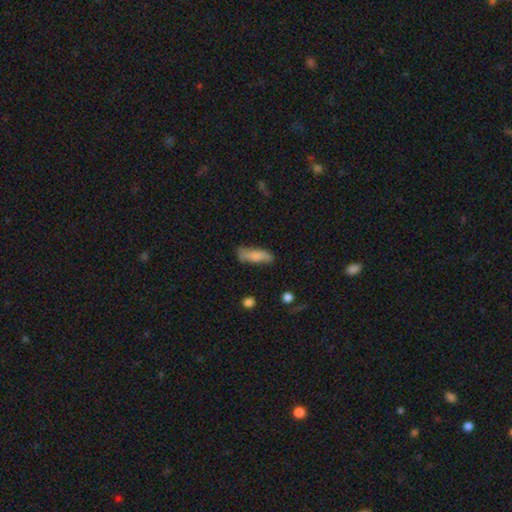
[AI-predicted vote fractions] This appears to be a smooth galaxy with no disk features (77%) that is cigar-shaped (50%). Merging: none (64%).